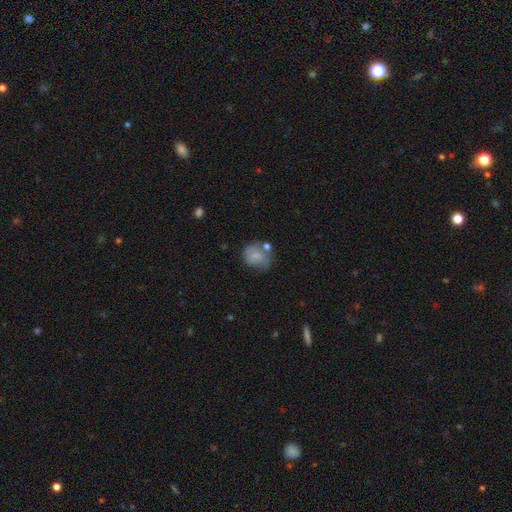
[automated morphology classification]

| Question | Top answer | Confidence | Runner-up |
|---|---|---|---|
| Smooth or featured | smooth | 67% | featured or disk (25%) |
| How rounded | round | 73% | in between (26%) |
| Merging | none | 44% | minor disturbance (26%) |